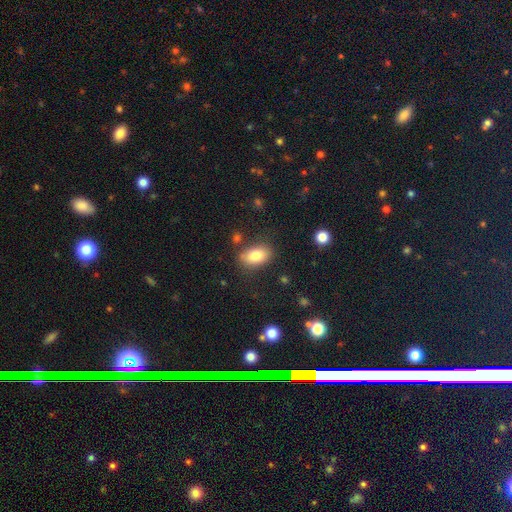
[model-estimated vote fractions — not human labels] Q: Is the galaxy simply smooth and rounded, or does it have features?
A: smooth — 82%.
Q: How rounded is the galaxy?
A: in between — 89%.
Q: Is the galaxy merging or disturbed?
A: none — 79%.